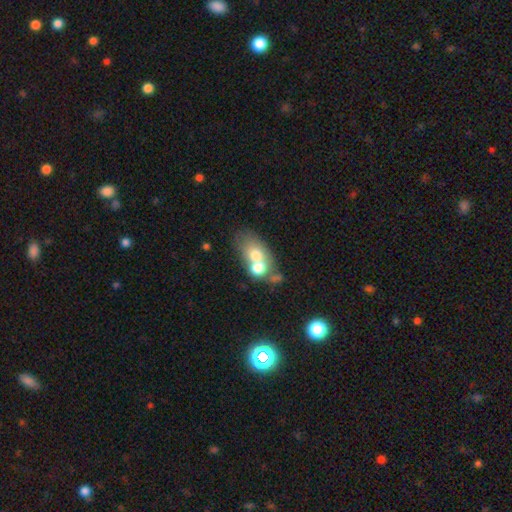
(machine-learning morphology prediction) Smooth or featured? Predicted: smooth (p=0.62). How rounded? Predicted: in between (p=0.72). Merging? Predicted: merger (p=0.60).